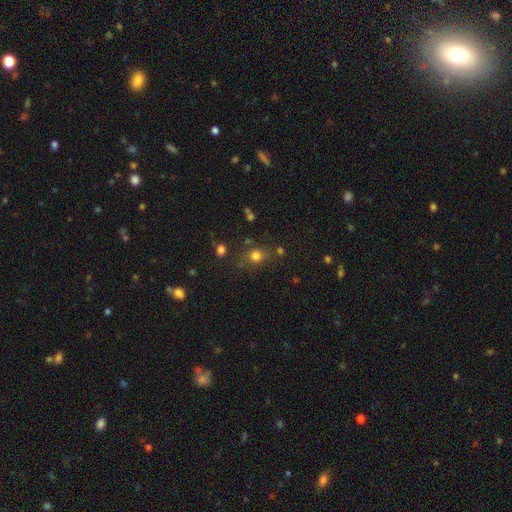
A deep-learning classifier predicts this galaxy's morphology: Smooth or featured?
  - smooth: 75% *
  - star or artifact: 17%
  - featured or disk: 8%
How rounded?
  - round: 76% *
  - in between: 23%
  - cigar-shaped: 1%
Merging?
  - none: 74% *
  - minor disturbance: 14%
  - merger: 7%
  - major disturbance: 6%